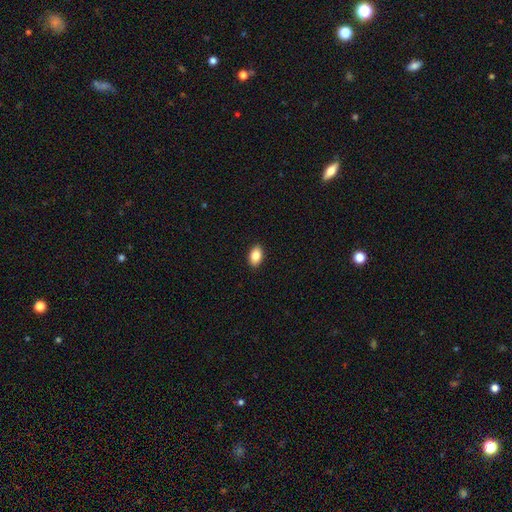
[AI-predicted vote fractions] Q: Smooth or featured?
A: smooth (86%); runner-up: star or artifact (8%)
Q: How rounded?
A: in between (90%); runner-up: round (8%)
Q: Merging?
A: none (91%); runner-up: minor disturbance (7%)